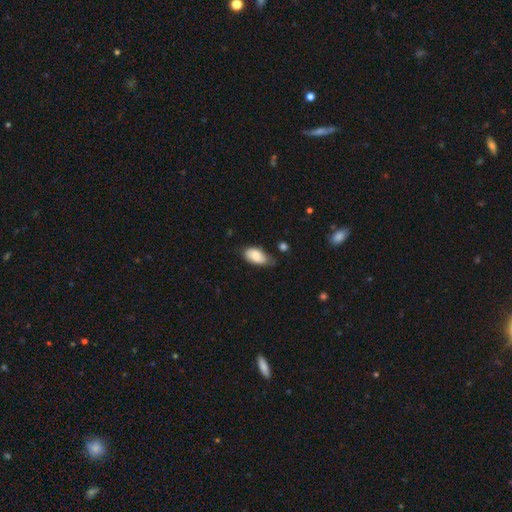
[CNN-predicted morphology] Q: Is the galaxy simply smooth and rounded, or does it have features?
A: smooth — 79%.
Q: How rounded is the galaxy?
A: in between — 93%.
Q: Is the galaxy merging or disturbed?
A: none — 54%.